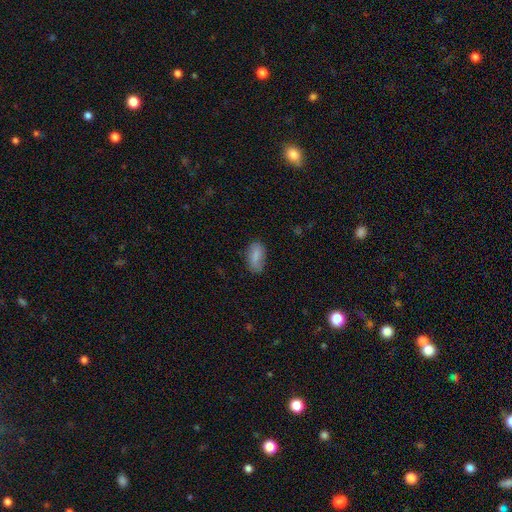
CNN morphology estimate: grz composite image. It shows a smooth galaxy with no disk features (82%) that is in between round and cigar-shaped (92%). Merging: none (71%).